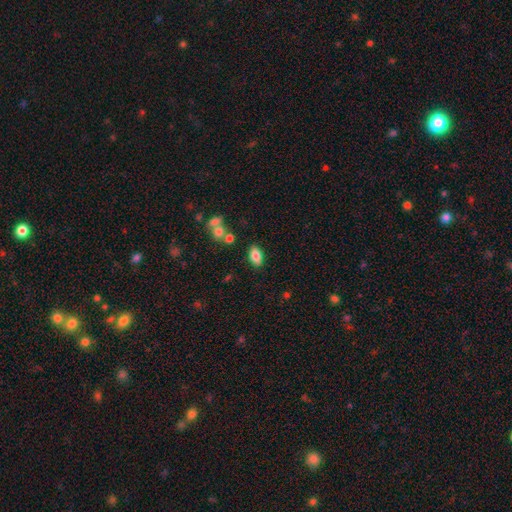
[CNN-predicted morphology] A smooth galaxy with no disk features (81%) that is in between round and cigar-shaped (90%).

Vote fractions:
- Smooth or featured? smooth: 81% / featured or disk: 10% / star or artifact: 9%
- How rounded? in between: 90% / cigar-shaped: 6% / round: 5%
- Merging? none: 84% / minor disturbance: 10% / merger: 4% / major disturbance: 3%